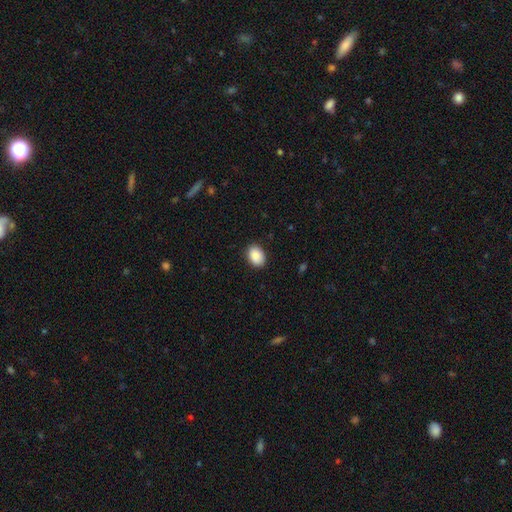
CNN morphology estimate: The model was most divided on "how rounded": in between: 82%, round: 17%, cigar-shaped: 1%. More confident: smooth or featured — smooth (89%); merging — none (88%).